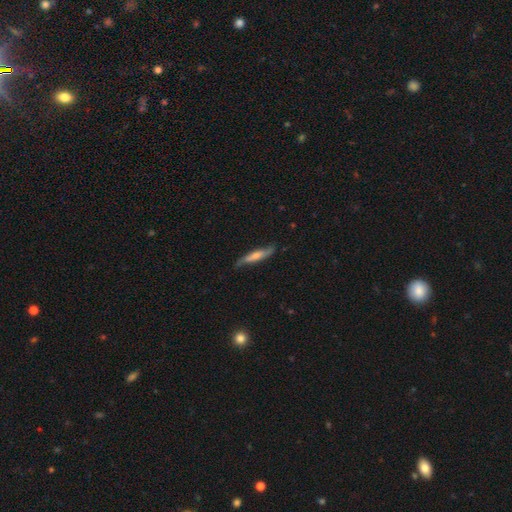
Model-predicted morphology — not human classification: Smooth or featured?
  - featured or disk: 57% *
  - smooth: 37%
  - star or artifact: 6%
Edge-on disk?
  - yes: 67% *
  - no: 33%
Merging?
  - none: 74% *
  - minor disturbance: 20%
  - major disturbance: 4%
  - merger: 1%